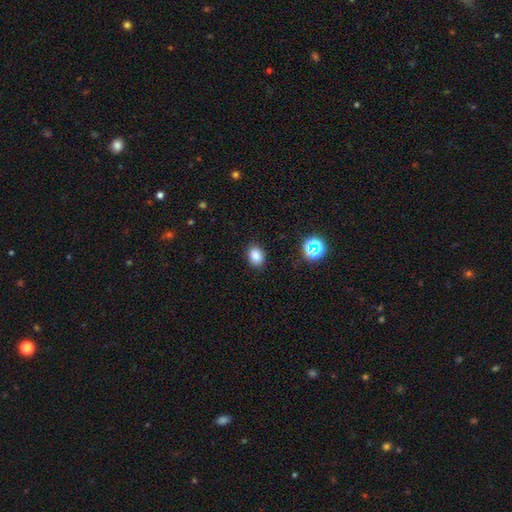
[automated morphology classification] The model was most divided on "how rounded": in between: 66%, round: 33%, cigar-shaped: 1%. More confident: merging — none (88%); smooth or featured — smooth (82%).